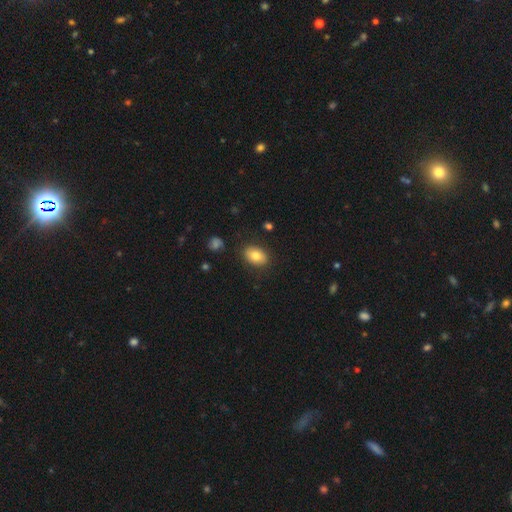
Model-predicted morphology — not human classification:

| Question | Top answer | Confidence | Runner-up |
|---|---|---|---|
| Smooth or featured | smooth | 81% | featured or disk (11%) |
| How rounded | in between | 85% | round (14%) |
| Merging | none | 85% | minor disturbance (10%) |